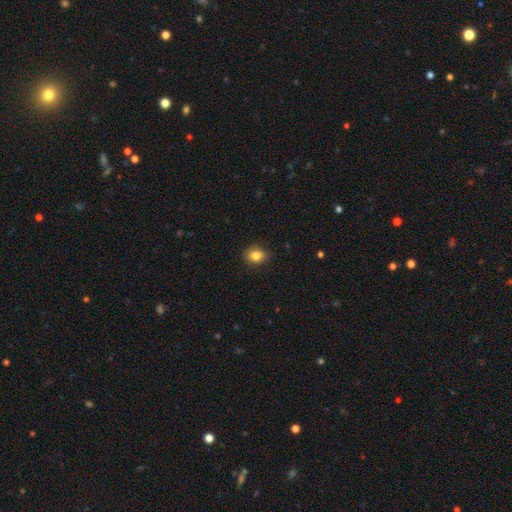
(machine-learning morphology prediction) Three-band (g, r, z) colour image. It shows a smooth galaxy with no disk features (85%) that is in between round and cigar-shaped (52%). Merging: none (82%).